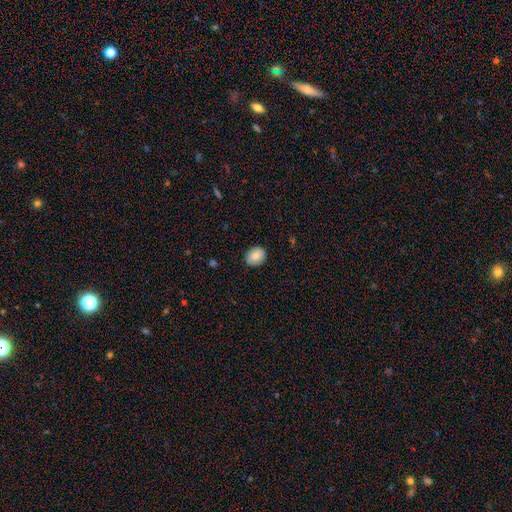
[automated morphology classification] smooth 84%, featured or disk 8%, star or artifact 8%. Down the decision tree: how rounded — round (57%); merging — none (88%).